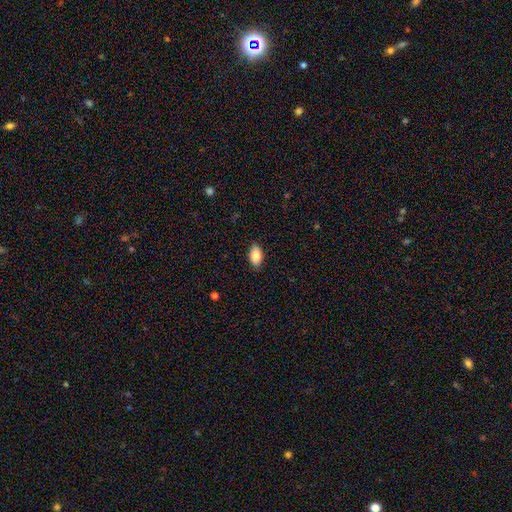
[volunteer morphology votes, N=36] type=smooth (86%); roundness=in between (94%); merging=none (86%).